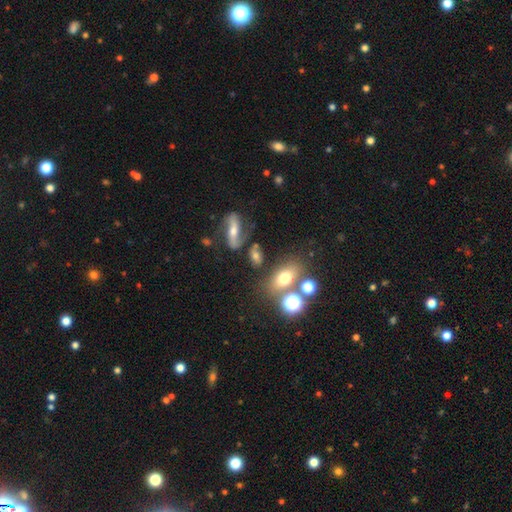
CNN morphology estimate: smooth 57%, featured or disk 27%, star or artifact 16%. Down the decision tree: how rounded — in between (70%); merging — none (60%).